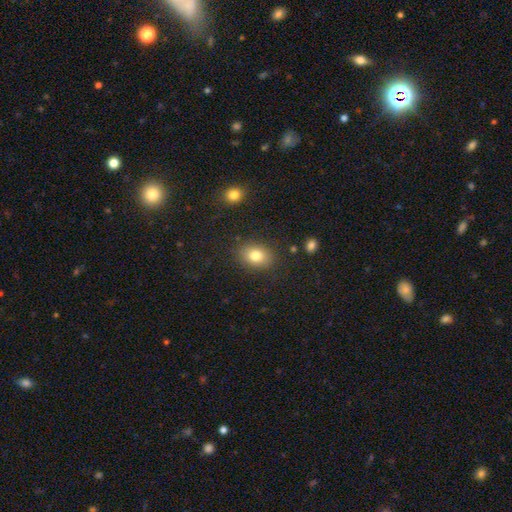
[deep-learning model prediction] A smooth galaxy with no disk features (81%) that is in between round and cigar-shaped (62%). Merging: none (85%).